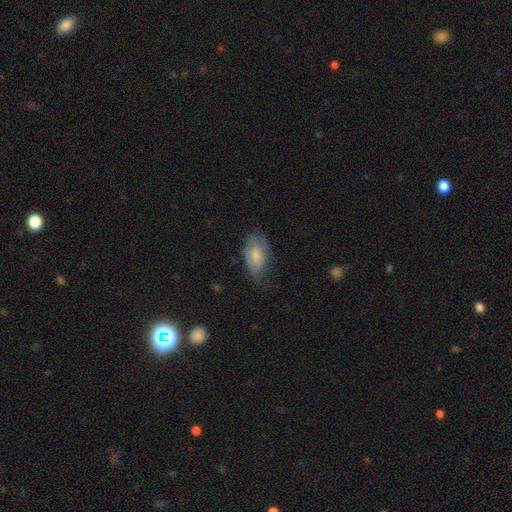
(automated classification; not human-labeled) Smooth or featured? smooth (62%)
How rounded? in between (92%)
Merging? none (50%)